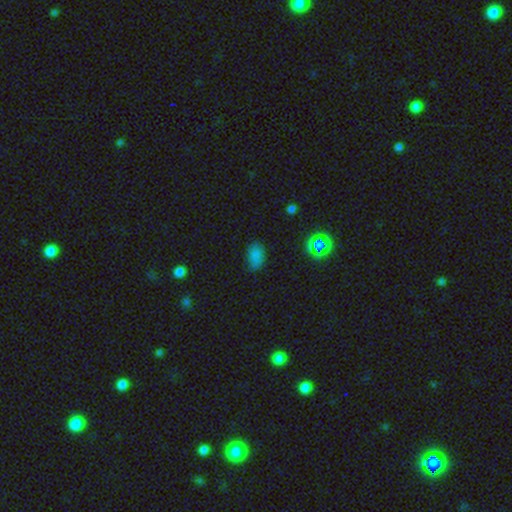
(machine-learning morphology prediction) This appears to be a smooth galaxy with no disk features (74%) that is in between round and cigar-shaped (89%). Merging: none (71%).